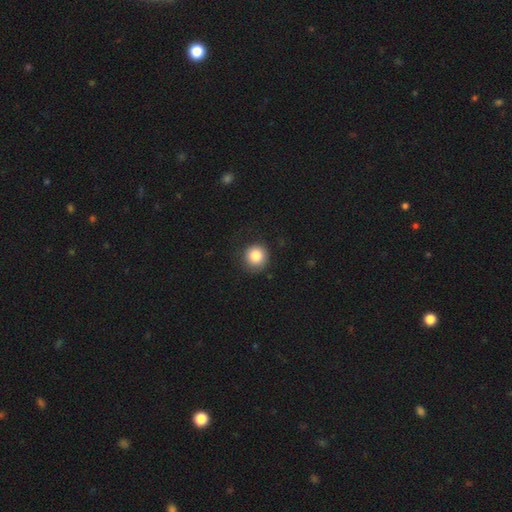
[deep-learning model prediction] A smooth galaxy with no disk features (85%) that is round (92%). Merging: none (82%).